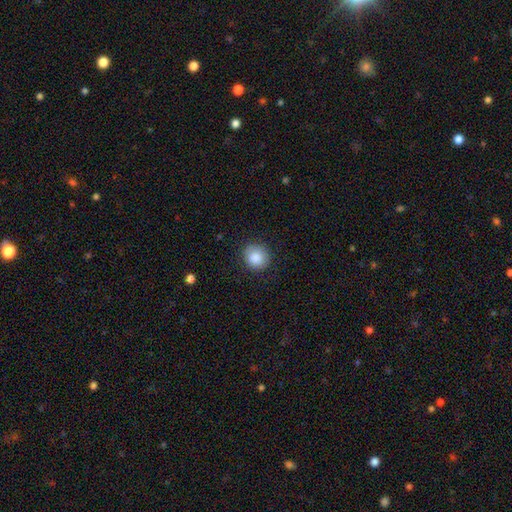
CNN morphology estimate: smooth 87%, star or artifact 8%, featured or disk 5%. Down the decision tree: how rounded — round (86%); merging — none (84%).